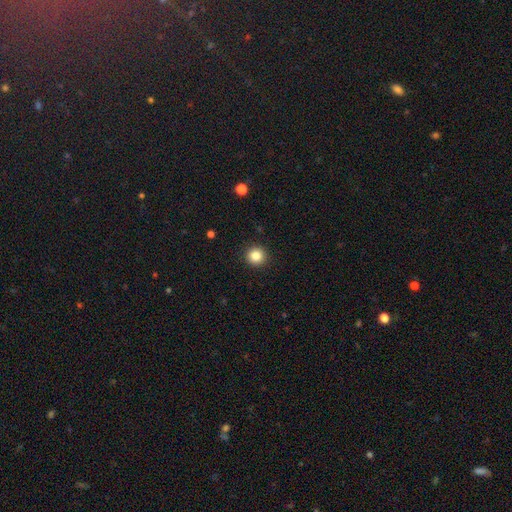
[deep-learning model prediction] A smooth galaxy with no disk features (84%) that is round (95%).

Vote fractions:
- Smooth or featured? smooth: 84% / star or artifact: 11% / featured or disk: 5%
- How rounded? round: 95% / in between: 4% / cigar-shaped: 1%
- Merging? none: 93% / minor disturbance: 5% / major disturbance: 2% / merger: 1%